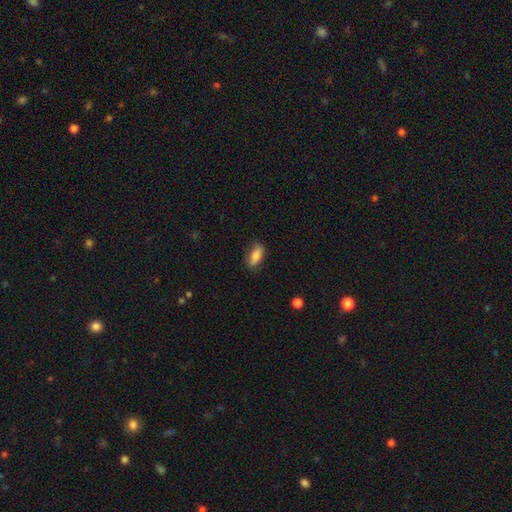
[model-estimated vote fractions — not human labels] Smooth or featured: smooth — 83% (featured or disk — 10%)
How rounded: in between — 80% (cigar-shaped — 17%)
Merging: none — 81% (minor disturbance — 15%)